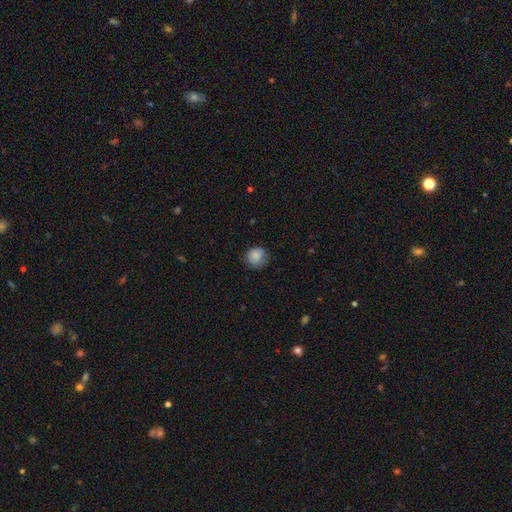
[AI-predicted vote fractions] This appears to be a smooth galaxy with no disk features (86%) that is round (86%). Merging: none (73%).